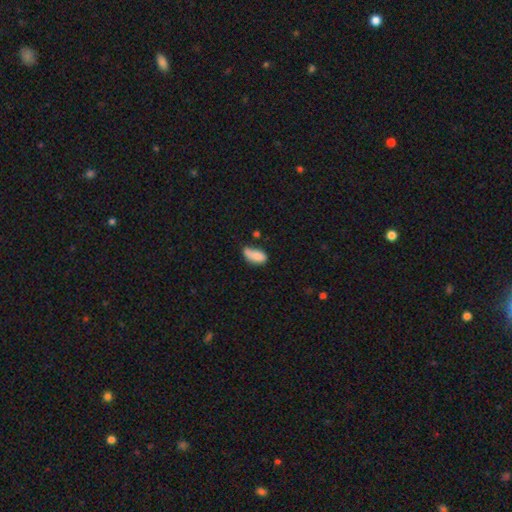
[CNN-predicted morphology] Smooth or featured: smooth — 81% (featured or disk — 11%)
How rounded: in between — 89% (cigar-shaped — 7%)
Merging: none — 39% (minor disturbance — 35%)